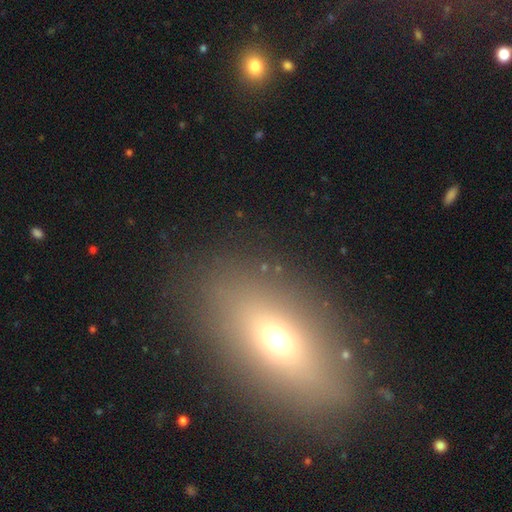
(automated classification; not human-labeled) Smooth or featured?
  - smooth: 60% *
  - featured or disk: 21%
  - star or artifact: 19%
How rounded?
  - in between: 73% *
  - round: 15%
  - cigar-shaped: 13%
Merging?
  - none: 84% *
  - minor disturbance: 9%
  - major disturbance: 5%
  - merger: 3%